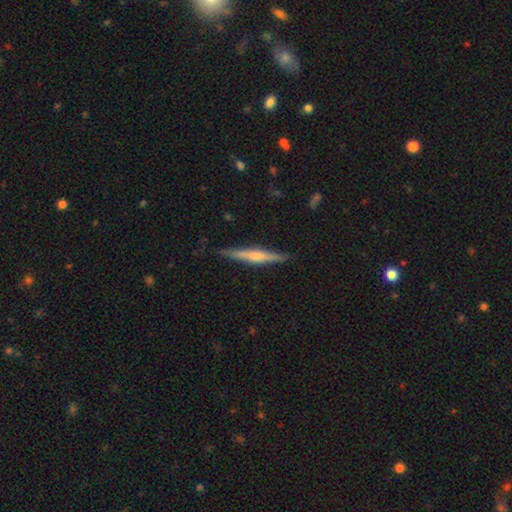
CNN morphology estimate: Q: Smooth or featured?
A: featured or disk (71%); runner-up: smooth (23%)
Q: Edge-on disk?
A: yes (97%); runner-up: no (3%)
Q: Edge-on bulge?
A: rounded (82%); runner-up: none (12%)
Q: Merging?
A: none (88%); runner-up: minor disturbance (9%)